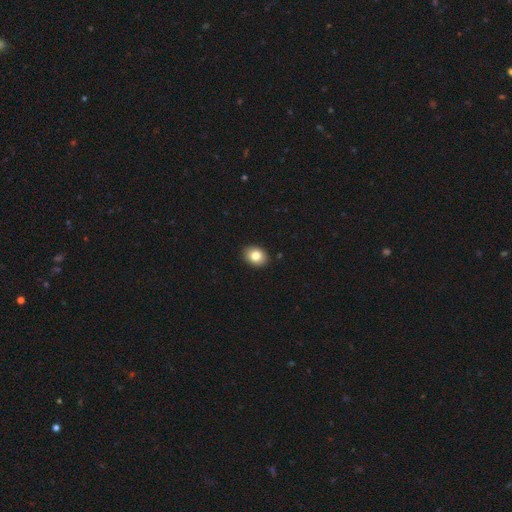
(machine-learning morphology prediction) Smooth or featured: smooth — 83% (featured or disk — 9%)
How rounded: in between — 63% (round — 36%)
Merging: none — 91% (minor disturbance — 7%)